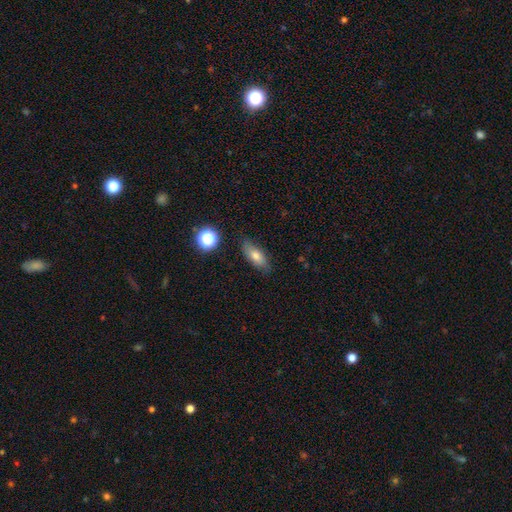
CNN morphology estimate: smooth_or_featured: smooth (p=0.72) [alt: featured or disk p=0.18]
how_rounded: in between (p=0.72) [alt: cigar-shaped p=0.22]
merging: none (p=0.82) [alt: minor disturbance p=0.13]